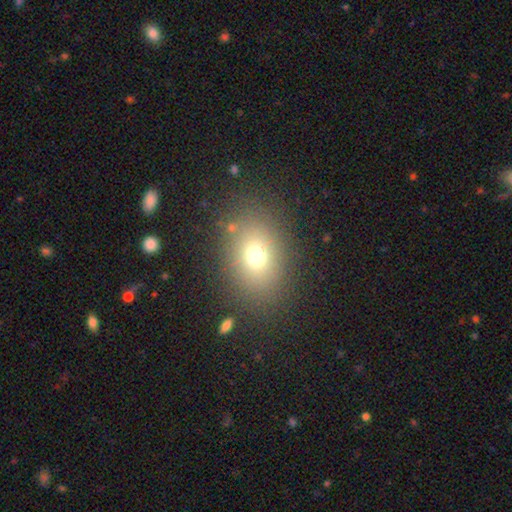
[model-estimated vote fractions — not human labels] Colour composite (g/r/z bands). It shows a smooth galaxy with no disk features (71%) that is in between round and cigar-shaped (63%). Merging: none (82%).